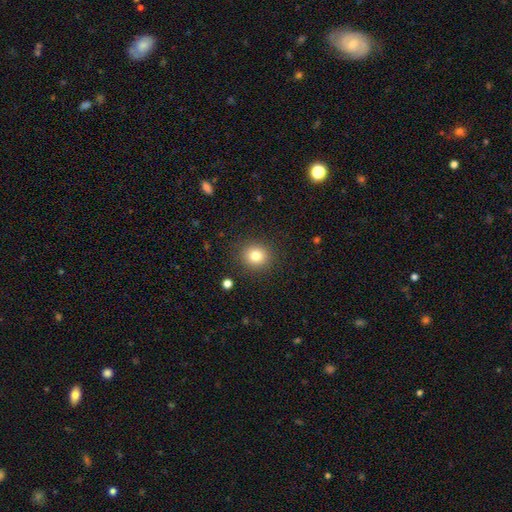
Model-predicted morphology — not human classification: smooth 81%, star or artifact 12%, featured or disk 7%. Down the decision tree: how rounded — round (86%); merging — none (89%).